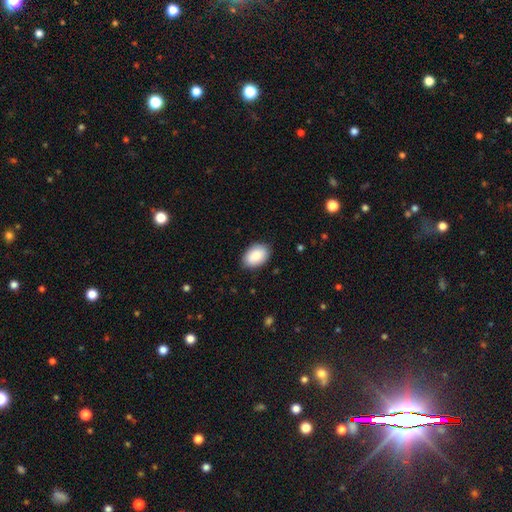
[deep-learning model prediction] Smooth or featured: smooth — 89% (star or artifact — 6%)
How rounded: in between — 90% (round — 9%)
Merging: none — 86% (minor disturbance — 11%)